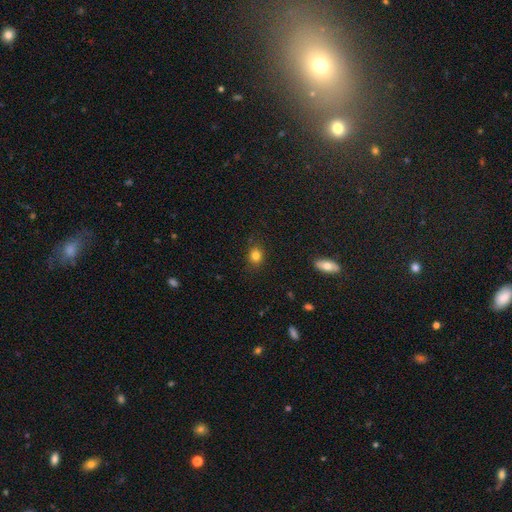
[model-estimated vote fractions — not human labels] Overall: smooth (81%). How rounded: round (59%; in between 40%). Merging: none (86%).